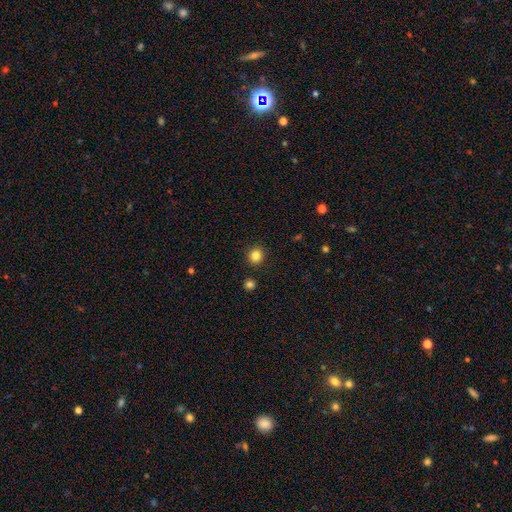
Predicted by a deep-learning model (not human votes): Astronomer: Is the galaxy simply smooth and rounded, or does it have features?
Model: smooth — 84%.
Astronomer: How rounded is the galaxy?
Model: round — 90%.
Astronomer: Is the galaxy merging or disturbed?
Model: none — 90%.